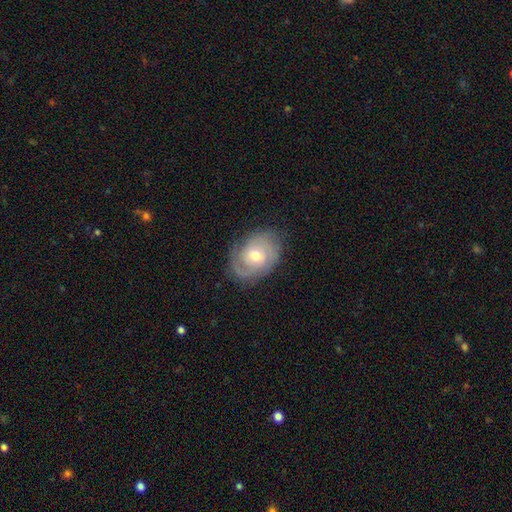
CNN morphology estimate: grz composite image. It shows a featured or disk galaxy (77%) with no bar (71%), 2 (37%) tight (62%) spiral arms (91%) and a moderate central bulge (68%). Merging: none (74%).